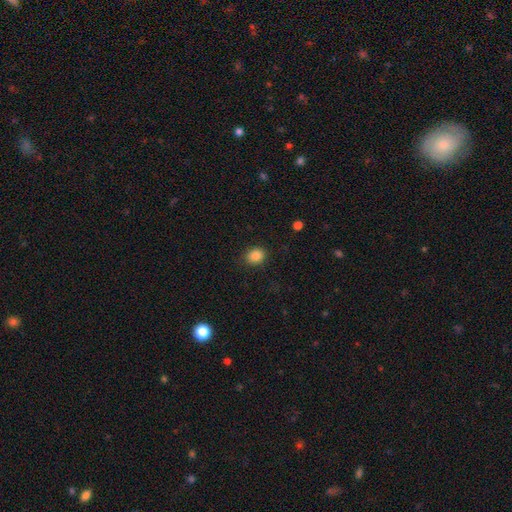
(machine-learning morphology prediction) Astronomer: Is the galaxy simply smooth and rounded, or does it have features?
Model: smooth — 86%.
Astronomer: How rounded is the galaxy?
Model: round — 64%.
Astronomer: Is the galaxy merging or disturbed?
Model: none — 87%.